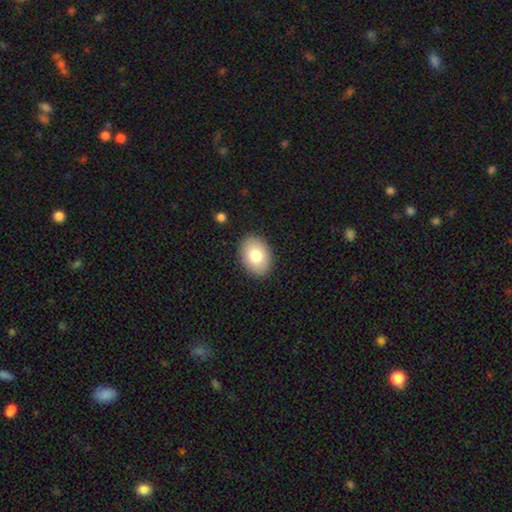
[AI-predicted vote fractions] Q: Smooth or featured?
A: smooth (79%); runner-up: featured or disk (14%)
Q: How rounded?
A: in between (78%); runner-up: round (21%)
Q: Merging?
A: none (89%); runner-up: minor disturbance (8%)